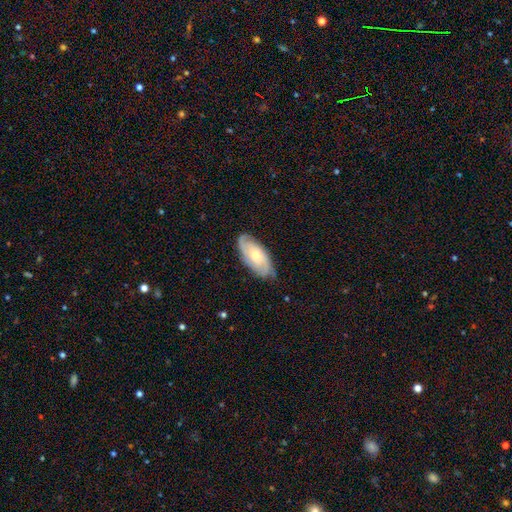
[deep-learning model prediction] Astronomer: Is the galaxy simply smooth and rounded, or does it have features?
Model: featured or disk — 67%.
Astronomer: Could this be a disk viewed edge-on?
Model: no — 91%.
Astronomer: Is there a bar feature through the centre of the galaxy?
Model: no — 68%.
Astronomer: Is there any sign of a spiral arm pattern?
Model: yes — 90%.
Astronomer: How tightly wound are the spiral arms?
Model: tight — 50% (runner-up: medium, 36%).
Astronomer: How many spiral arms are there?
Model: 2 — 49% (runner-up: can't tell, 28%).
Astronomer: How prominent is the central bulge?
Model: moderate — 54% (runner-up: small, 41%).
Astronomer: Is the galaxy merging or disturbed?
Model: none — 76%.